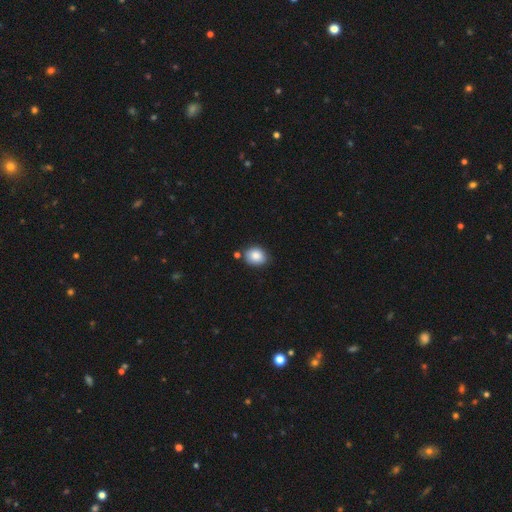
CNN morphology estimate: Overall: smooth (85%). How rounded: round (58%; in between 41%). Merging: none (76%).